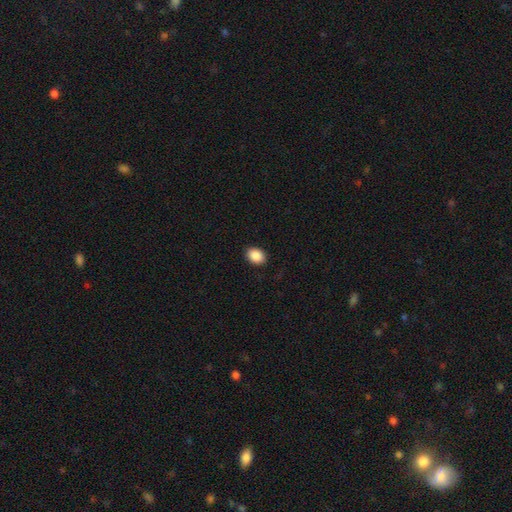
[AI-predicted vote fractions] Q: Smooth or featured?
A: smooth (89%); runner-up: star or artifact (8%)
Q: How rounded?
A: in between (71%); runner-up: round (28%)
Q: Merging?
A: none (90%); runner-up: minor disturbance (7%)